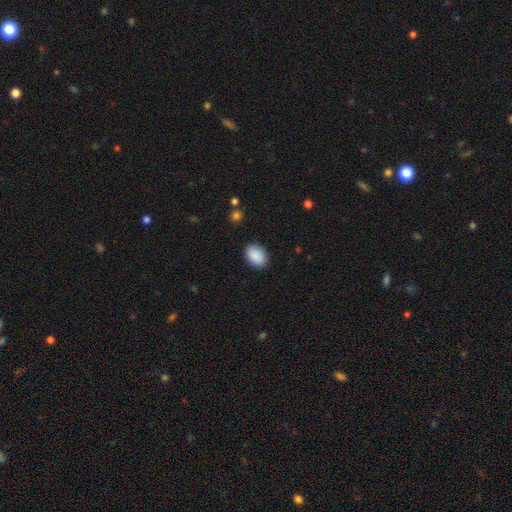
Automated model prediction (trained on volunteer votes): Smooth or featured: smooth — 90% (star or artifact — 7%)
How rounded: in between — 80% (round — 19%)
Merging: none — 88% (minor disturbance — 9%)